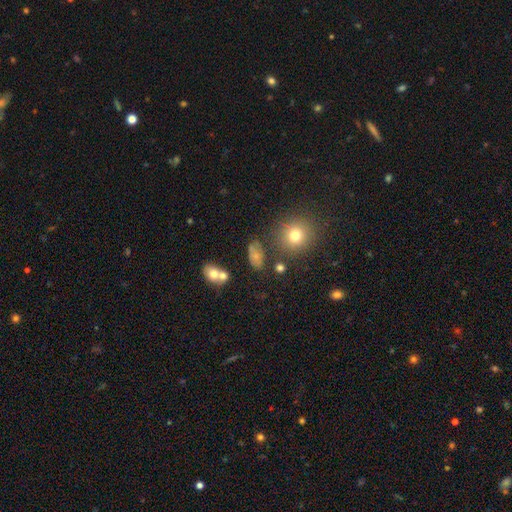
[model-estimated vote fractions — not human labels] A smooth galaxy with no disk features (60%) that is in between round and cigar-shaped (81%).

Vote fractions:
- Smooth or featured? smooth: 60% / featured or disk: 22% / star or artifact: 18%
- How rounded? in between: 81% / round: 16% / cigar-shaped: 4%
- Merging? none: 56% / minor disturbance: 23% / merger: 11% / major disturbance: 11%